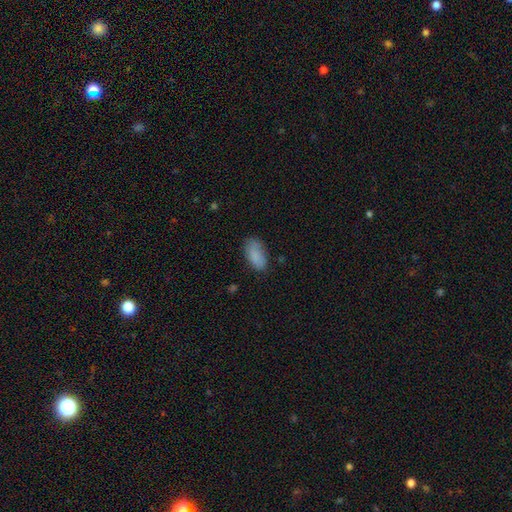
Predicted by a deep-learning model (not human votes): A smooth galaxy with no disk features (86%) that is in between round and cigar-shaped (93%).

Vote fractions:
- Smooth or featured? smooth: 86% / star or artifact: 8% / featured or disk: 6%
- How rounded? in between: 93% / cigar-shaped: 4% / round: 3%
- Merging? none: 72% / minor disturbance: 21% / major disturbance: 5% / merger: 2%